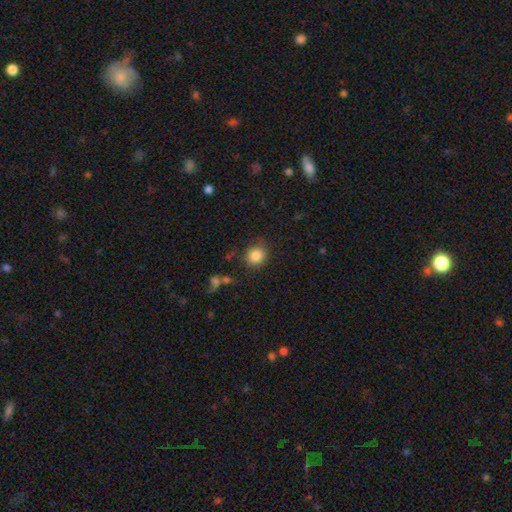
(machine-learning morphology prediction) type=smooth (85%); roundness=round (79%); merging=none (81%).